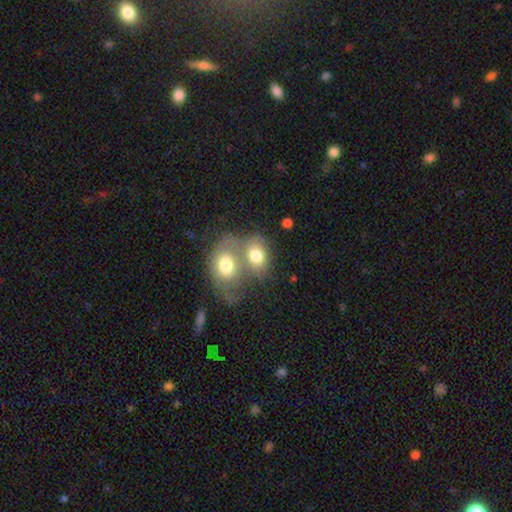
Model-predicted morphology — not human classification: type=smooth (69%); roundness=in between (62%); merging=merger (67%).